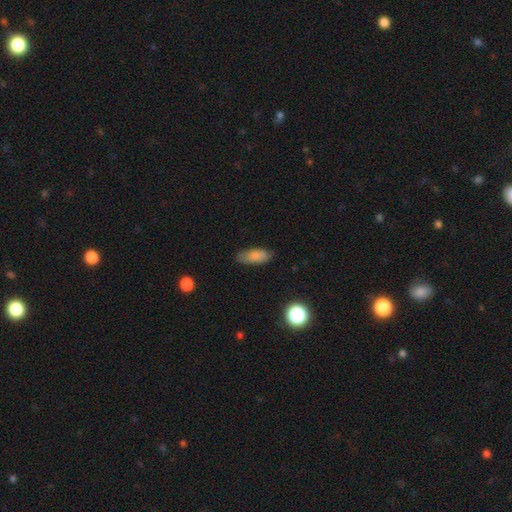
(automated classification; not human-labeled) Overall: smooth (79%). How rounded: in between (82%). Merging: none (76%).